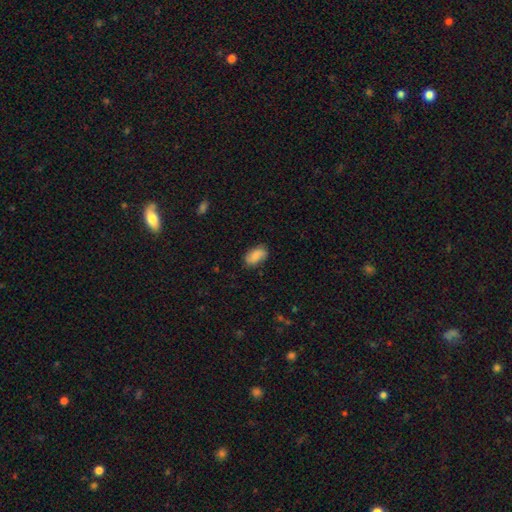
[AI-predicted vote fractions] Overall: smooth (69%). How rounded: in between (92%). Merging: none (79%).